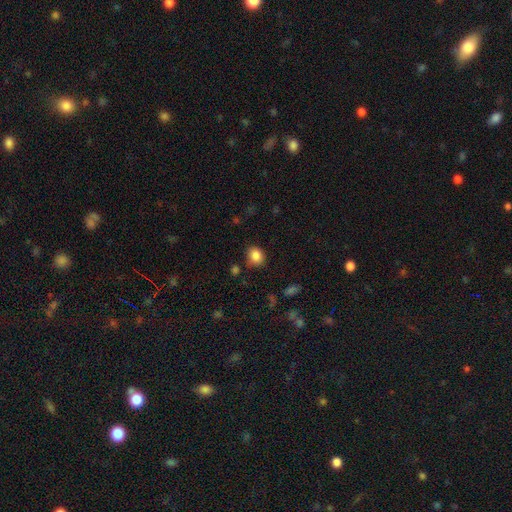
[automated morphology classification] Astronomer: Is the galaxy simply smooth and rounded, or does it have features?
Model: smooth — 86%.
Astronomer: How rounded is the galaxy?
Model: round — 63%.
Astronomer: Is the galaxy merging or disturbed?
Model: none — 81%.